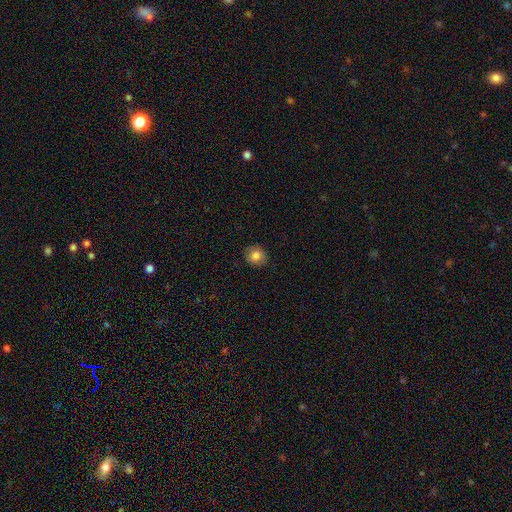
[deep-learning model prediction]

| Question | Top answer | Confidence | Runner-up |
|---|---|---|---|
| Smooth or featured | smooth | 84% | star or artifact (9%) |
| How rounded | round | 80% | in between (19%) |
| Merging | none | 88% | minor disturbance (9%) |